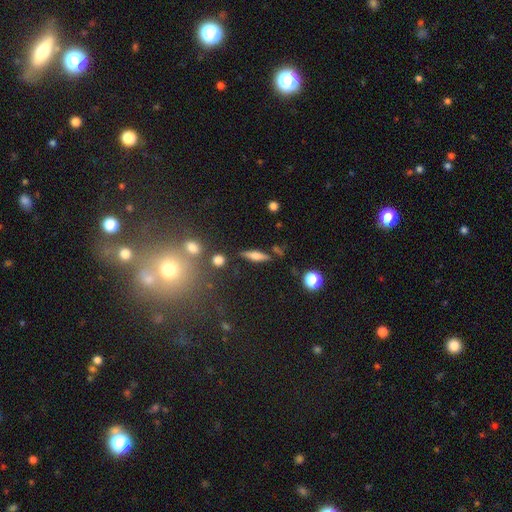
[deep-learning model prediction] Smooth or featured? Predicted: smooth (p=0.48). Merging? Predicted: none (p=0.80).